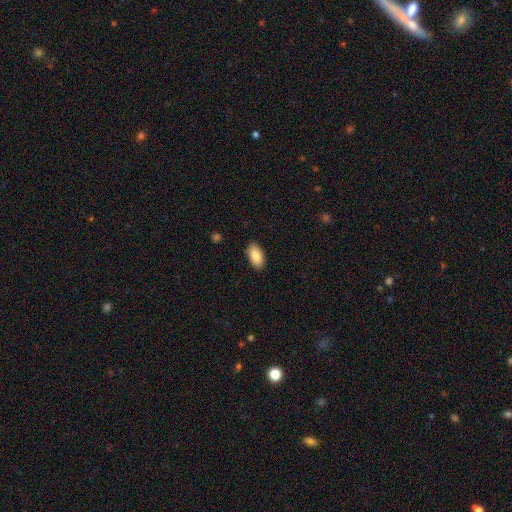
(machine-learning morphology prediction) smooth_or_featured: smooth (p=0.87) [alt: featured or disk p=0.07]
how_rounded: in between (p=0.94) [alt: cigar-shaped p=0.03]
merging: none (p=0.88) [alt: minor disturbance p=0.09]